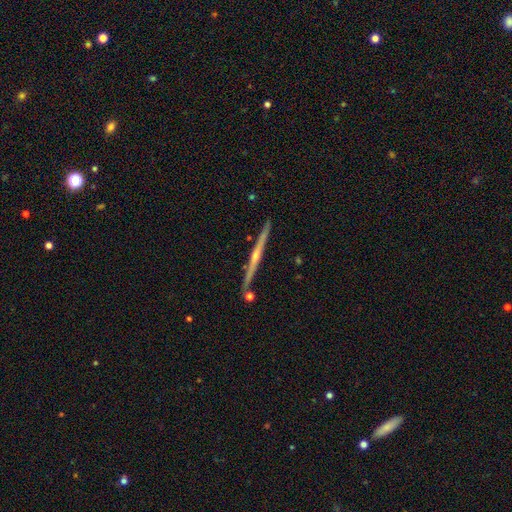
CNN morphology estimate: This appears to be a featured or disk galaxy (82%) viewed edge-on (98%) with a rounded central bulge (75%). Merging: none (89%).